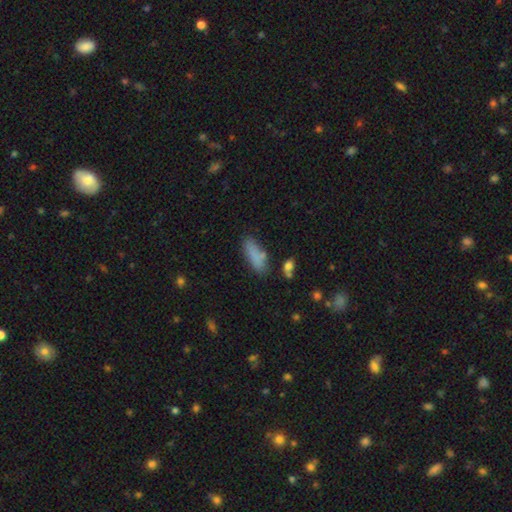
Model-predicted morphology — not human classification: A smooth galaxy with no disk features (82%) that is in between round and cigar-shaped (54%). Merging: none (69%).